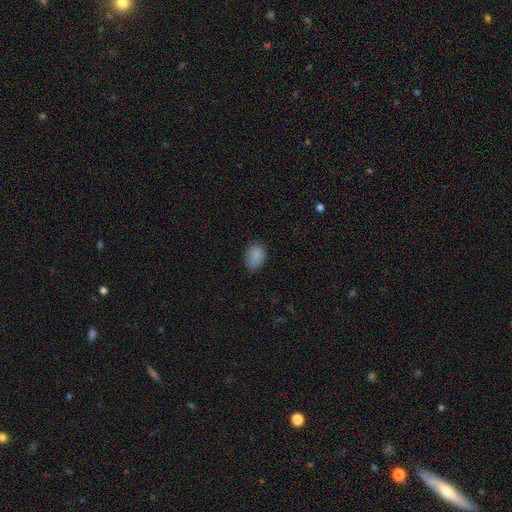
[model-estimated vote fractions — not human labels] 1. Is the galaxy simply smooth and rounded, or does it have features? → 87% smooth, 9% star or artifact, 5% featured or disk.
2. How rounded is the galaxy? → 80% in between, 19% round, 1% cigar-shaped.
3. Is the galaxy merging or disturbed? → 76% none, 19% minor disturbance, 4% major disturbance, 1% merger.